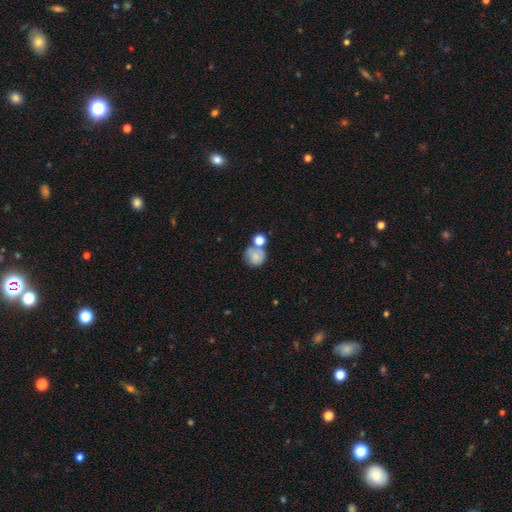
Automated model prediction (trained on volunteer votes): Smooth or featured: smooth — 74% (featured or disk — 16%)
How rounded: round — 84% (in between — 15%)
Merging: none — 44% (merger — 35%)